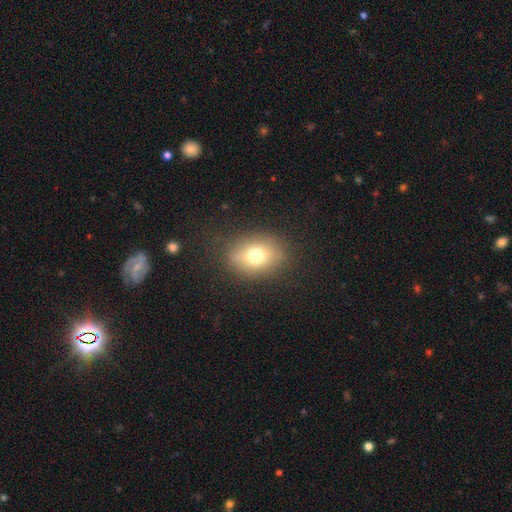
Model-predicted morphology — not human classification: smooth-or-featured: smooth: 71% | featured or disk: 16% | star or artifact: 13%
  how-rounded: in between: 60% | round: 39% | cigar-shaped: 2%
  merging: none: 81% | minor disturbance: 12% | major disturbance: 5% | merger: 1%